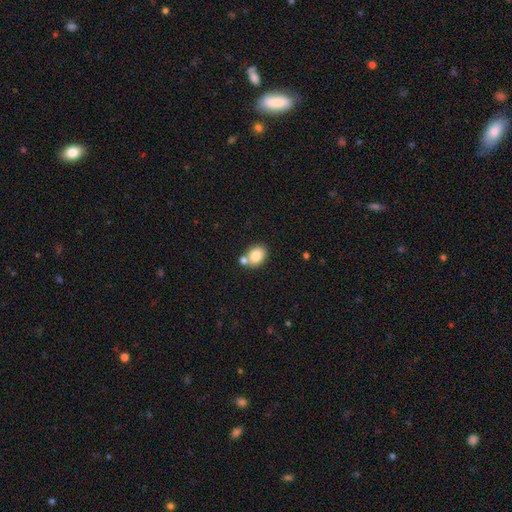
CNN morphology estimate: A smooth galaxy with no disk features (83%) that is in between round and cigar-shaped (62%).

Vote fractions:
- Smooth or featured? smooth: 83% / featured or disk: 9% / star or artifact: 8%
- How rounded? in between: 62% / round: 37% / cigar-shaped: 1%
- Merging? none: 58% / merger: 28% / minor disturbance: 11% / major disturbance: 3%